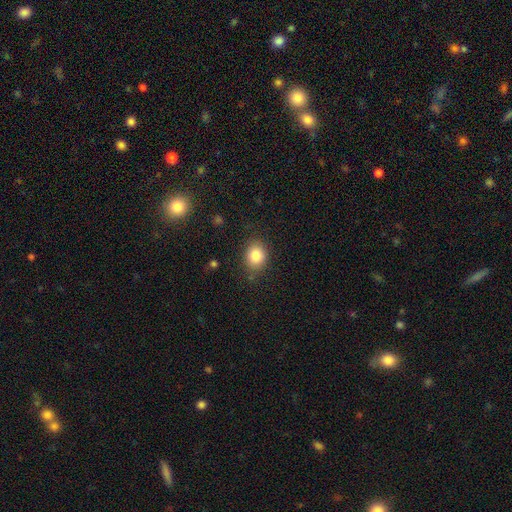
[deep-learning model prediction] Overall: smooth (83%). How rounded: round (54%; in between 45%). Merging: none (80%).